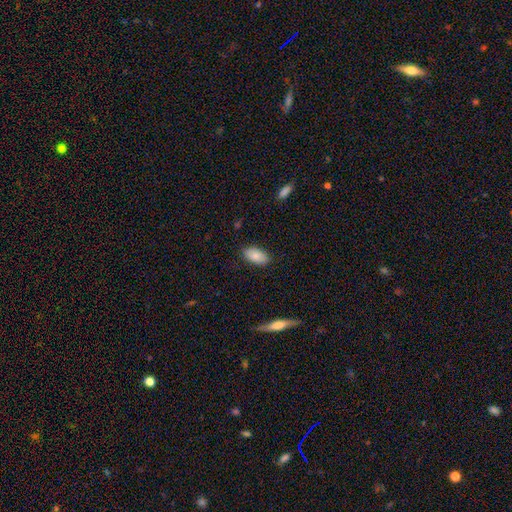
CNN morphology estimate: This appears to be a smooth galaxy with no disk features (85%) that is in between round and cigar-shaped (94%). Merging: none (85%).